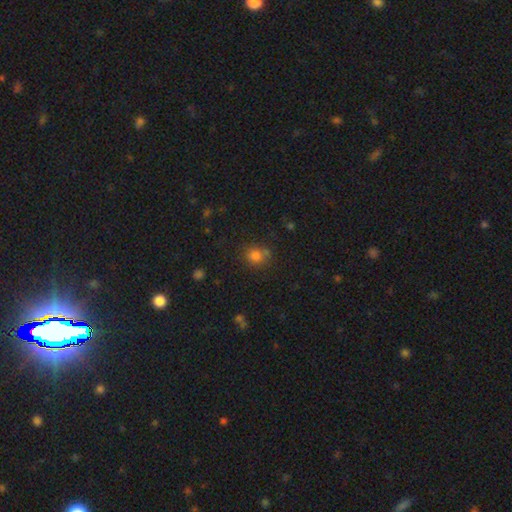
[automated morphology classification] type=smooth (79%); roundness=round (73%); merging=none (66%).